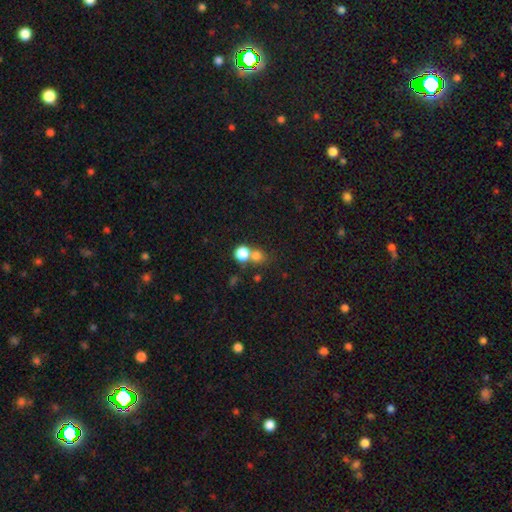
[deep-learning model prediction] A smooth galaxy with no disk features (75%) that is round (83%). Merging: none (53%).